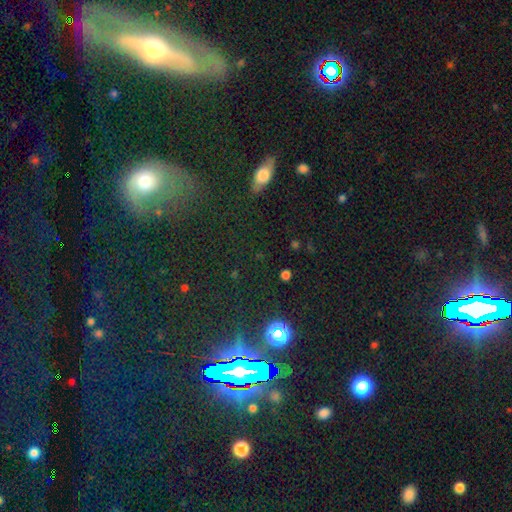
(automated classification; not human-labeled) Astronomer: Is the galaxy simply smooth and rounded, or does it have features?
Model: star or artifact — 62%.